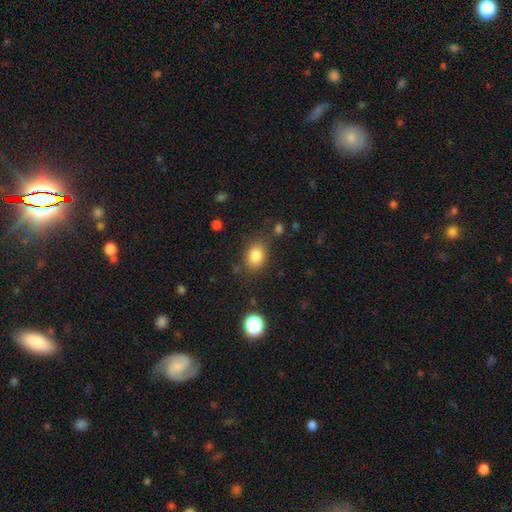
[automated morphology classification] This is clearly a smooth galaxy (84%). How rounded: likely in between (71%). Merging: likely none (79%).